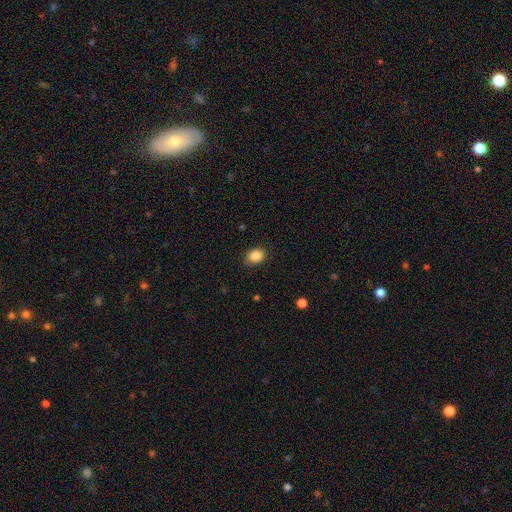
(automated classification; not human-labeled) A smooth galaxy with no disk features (88%) that is in between round and cigar-shaped (57%). Merging: none (76%).